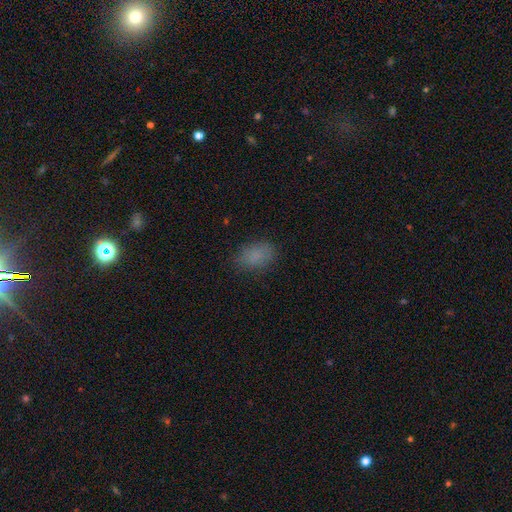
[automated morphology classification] The model was most divided on "merging": none: 79%, minor disturbance: 15%, major disturbance: 5%, merger: 1%. More confident: how rounded — in between (83%); smooth or featured — smooth (82%).